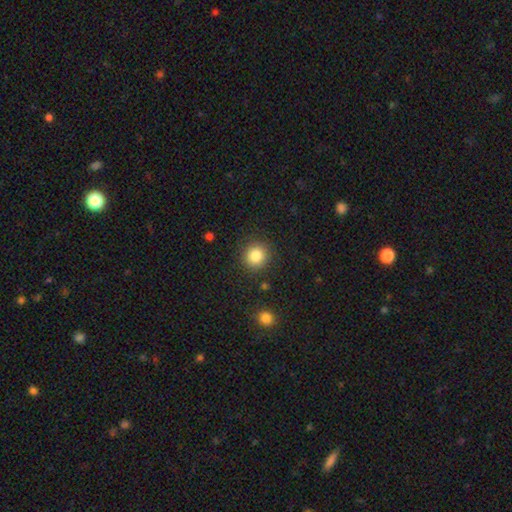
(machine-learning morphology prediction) type=smooth (84%); roundness=round (90%); merging=none (89%).